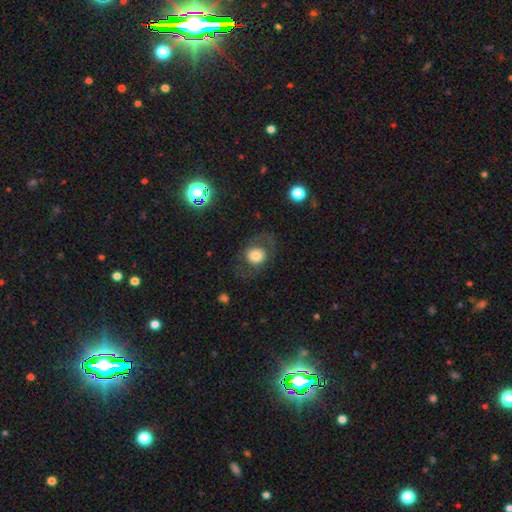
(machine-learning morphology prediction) Smooth or featured? Predicted: smooth (p=0.65). How rounded? Predicted: round (p=0.74). Merging? Predicted: none (p=0.73).